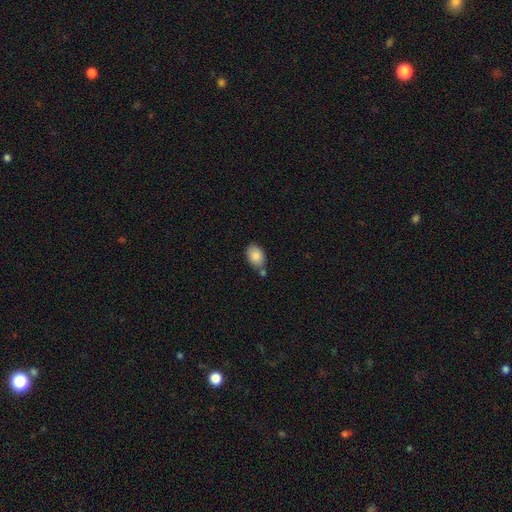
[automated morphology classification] Smooth or featured?
  - smooth: 86% *
  - star or artifact: 7%
  - featured or disk: 7%
How rounded?
  - in between: 83% *
  - round: 16%
  - cigar-shaped: 1%
Merging?
  - none: 60% *
  - minor disturbance: 19%
  - merger: 18%
  - major disturbance: 4%